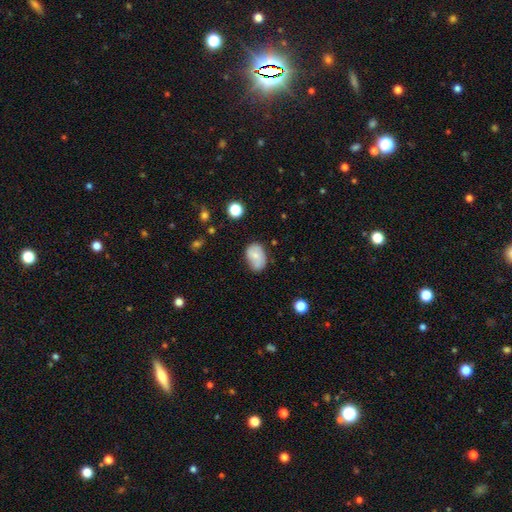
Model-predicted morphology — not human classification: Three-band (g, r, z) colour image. It shows a smooth galaxy with no disk features (64%) that is in between round and cigar-shaped (82%). Merging: none (55%).